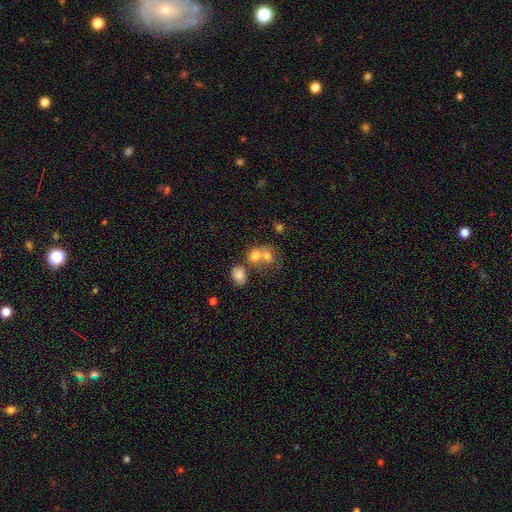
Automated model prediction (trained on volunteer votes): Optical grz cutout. It shows a smooth galaxy with no disk features (71%) that is round (56%). Merging: merger (56%).